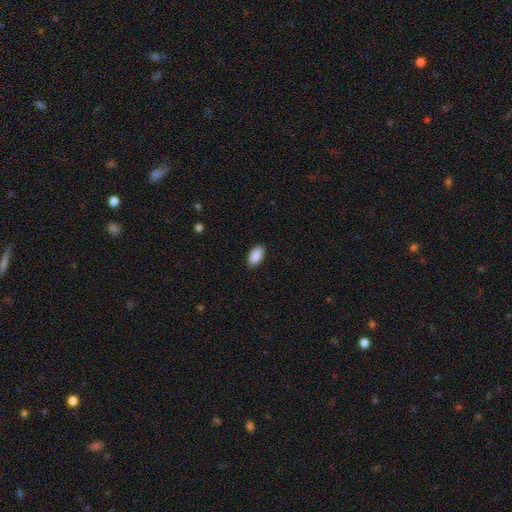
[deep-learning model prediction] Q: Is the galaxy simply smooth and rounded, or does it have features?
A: smooth — 90%.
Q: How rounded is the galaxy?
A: in between — 95%.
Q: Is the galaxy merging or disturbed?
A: none — 88%.